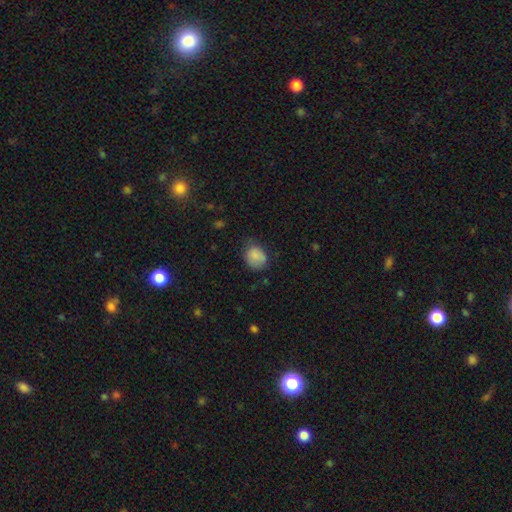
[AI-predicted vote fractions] Morphology: type=smooth (83%); roundness=round (54%); merging=none (58%).